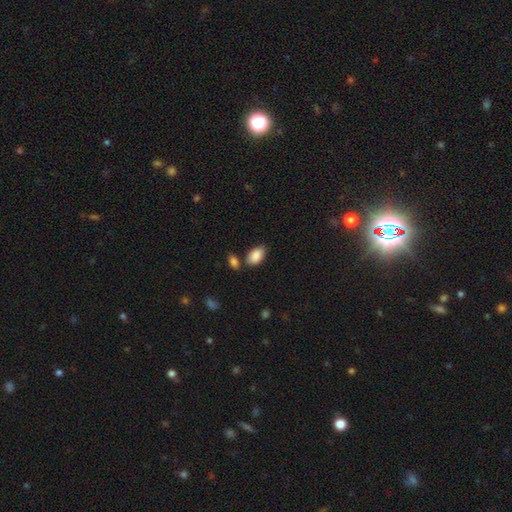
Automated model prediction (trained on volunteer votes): smooth_or_featured: smooth (p=0.88) [alt: star or artifact p=0.07]
how_rounded: in between (p=0.93) [alt: round p=0.05]
merging: none (p=0.71) [alt: minor disturbance p=0.14]